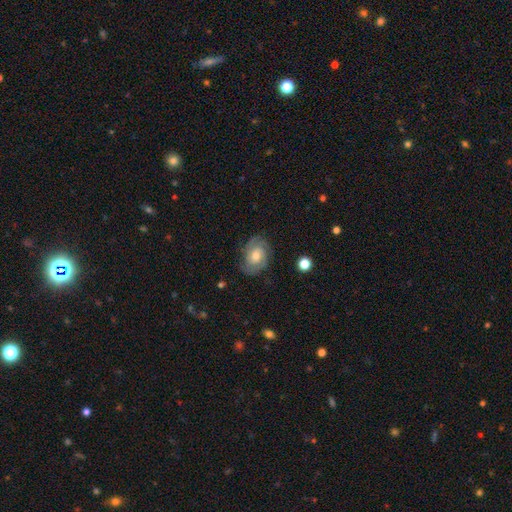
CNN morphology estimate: Smooth or featured: featured or disk — 76% (smooth — 17%)
Edge-on disk: no — 97% (yes — 3%)
Bar: no — 68% (weak — 28%)
Spiral arms: yes — 94% (no — 6%)
Spiral winding: tight — 59% (medium — 34%)
Spiral arm count: 2 — 43% (3 — 22%)
Bulge size: moderate — 63% (small — 21%)
Merging: none — 78% (minor disturbance — 16%)